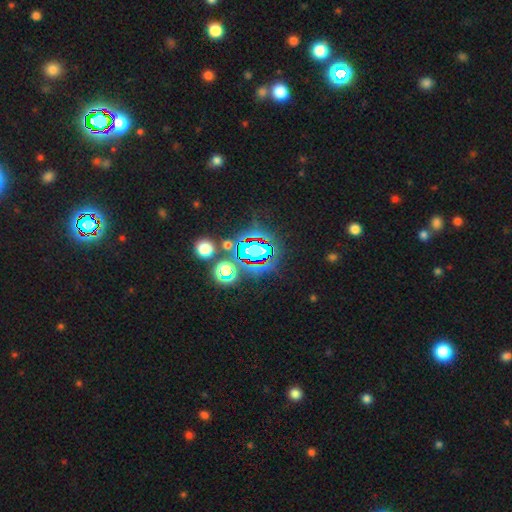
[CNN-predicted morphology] smooth_or_featured: star or artifact (p=0.71) [alt: smooth p=0.18]